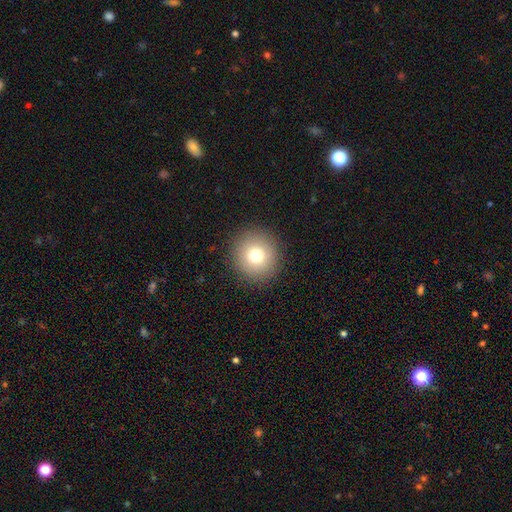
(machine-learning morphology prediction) This appears to be a smooth galaxy with no disk features (76%) that is round (94%). Merging: none (91%).